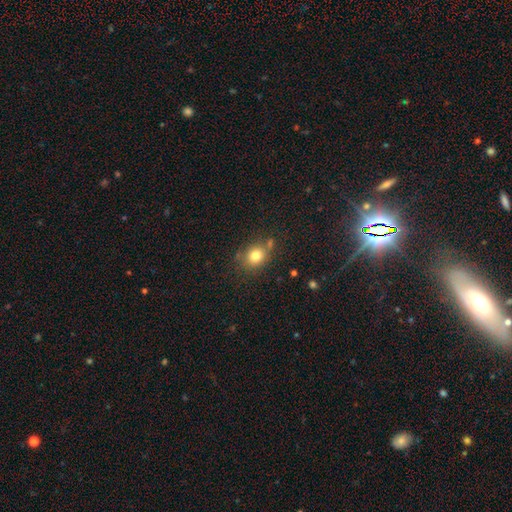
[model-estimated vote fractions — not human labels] This appears to be a smooth galaxy with no disk features (79%) that is round (71%). Merging: none (71%).